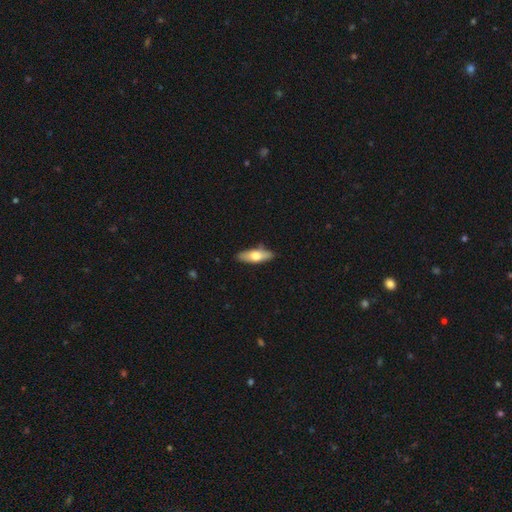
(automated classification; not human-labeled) Smooth or featured: smooth — 61% (featured or disk — 34%)
How rounded: in between — 56% (cigar-shaped — 41%)
Merging: none — 83% (minor disturbance — 13%)